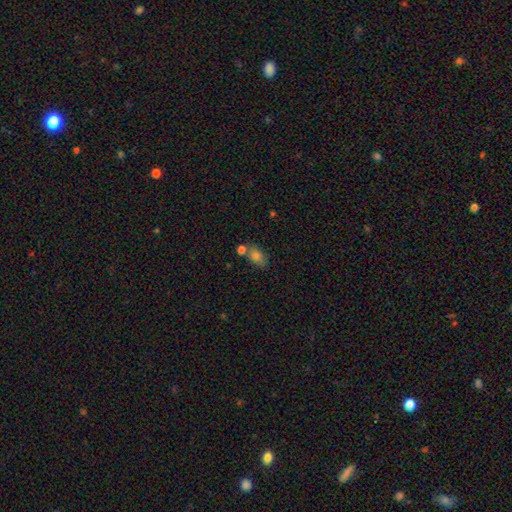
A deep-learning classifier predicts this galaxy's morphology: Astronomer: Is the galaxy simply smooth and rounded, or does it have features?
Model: smooth — 74%.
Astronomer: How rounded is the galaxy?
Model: in between — 82%.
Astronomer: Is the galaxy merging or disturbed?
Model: none — 58%.